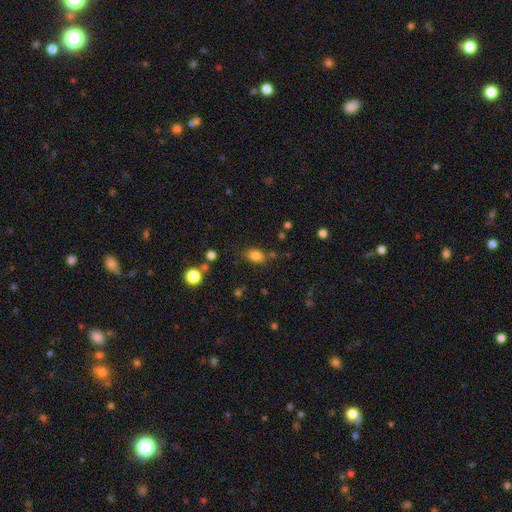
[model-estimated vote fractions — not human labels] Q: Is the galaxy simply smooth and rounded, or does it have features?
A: smooth — 82%.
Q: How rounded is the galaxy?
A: in between — 79%.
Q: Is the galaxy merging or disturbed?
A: none — 73%.